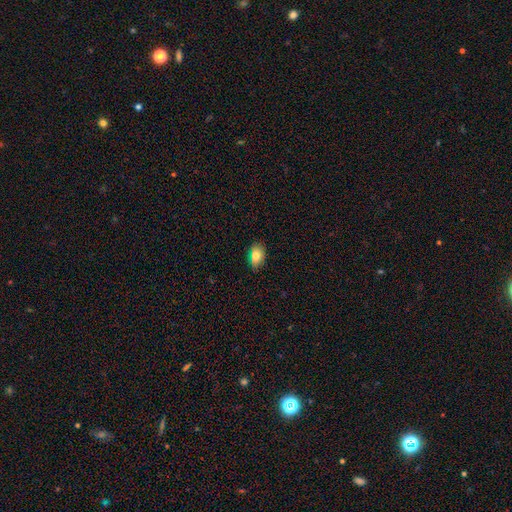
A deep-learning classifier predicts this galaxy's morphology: Overall: smooth (82%). How rounded: in between (86%). Merging: none (81%).